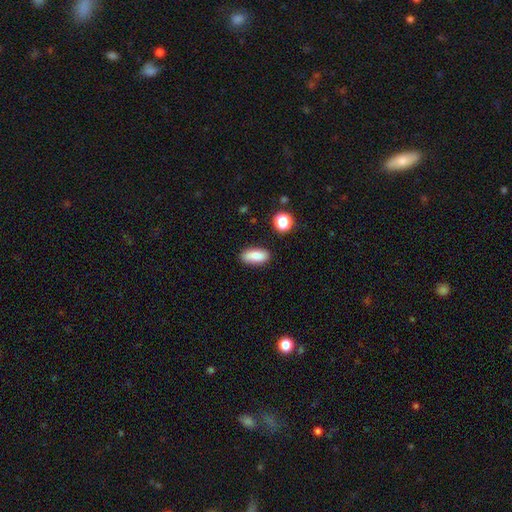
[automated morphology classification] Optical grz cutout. It shows a smooth galaxy with no disk features (85%) that is in between round and cigar-shaped (83%). Merging: none (85%).